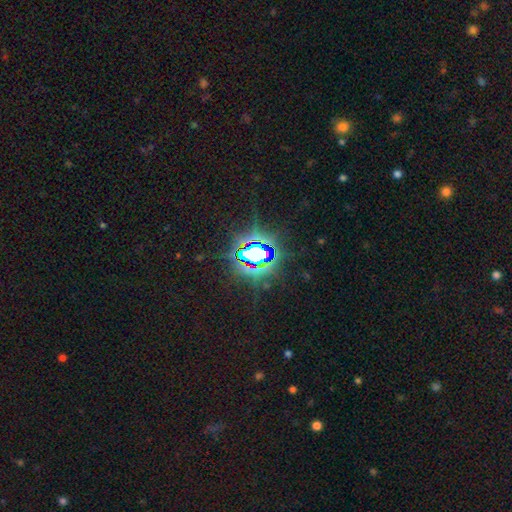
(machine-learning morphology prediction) smooth_or_featured: star or artifact (p=0.79) [alt: featured or disk p=0.11]